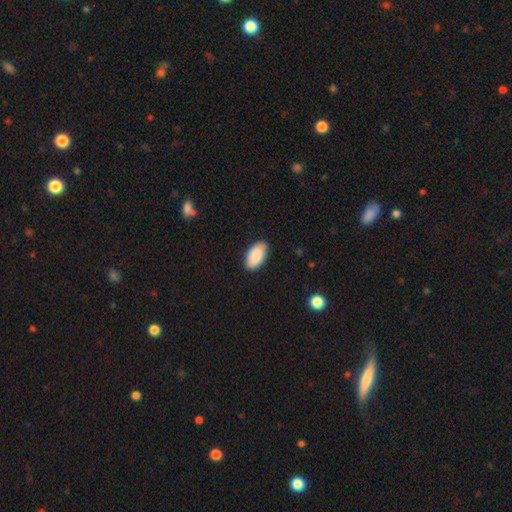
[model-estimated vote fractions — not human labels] Q: Smooth or featured?
A: smooth (89%); runner-up: star or artifact (6%)
Q: How rounded?
A: in between (95%); runner-up: round (3%)
Q: Merging?
A: none (87%); runner-up: minor disturbance (10%)